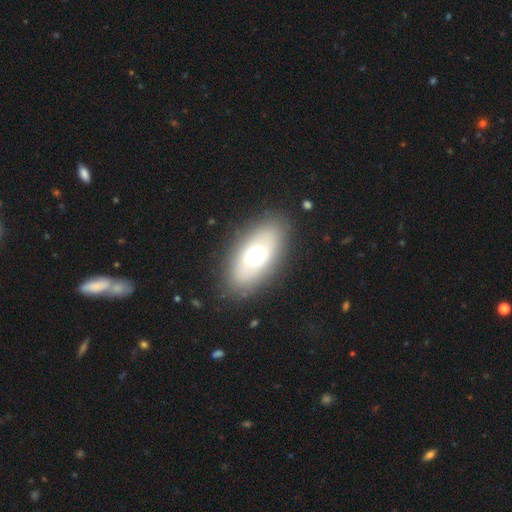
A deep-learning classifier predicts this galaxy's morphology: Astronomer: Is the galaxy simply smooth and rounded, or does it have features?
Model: smooth — 58%.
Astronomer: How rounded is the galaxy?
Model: in between — 83%.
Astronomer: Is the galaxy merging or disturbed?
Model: none — 86%.